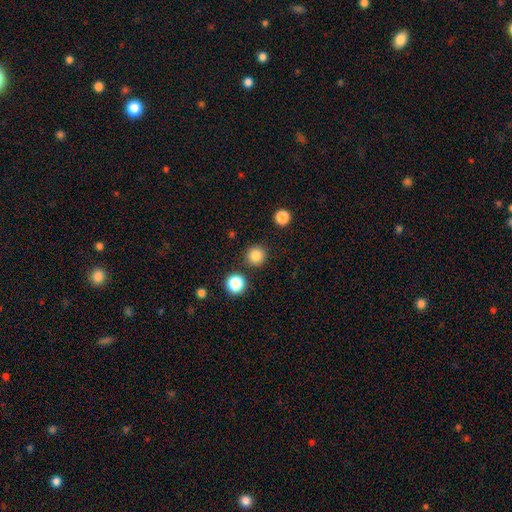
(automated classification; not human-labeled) This is clearly a smooth galaxy (84%). How rounded: clearly round (95%). Merging: clearly none (89%).